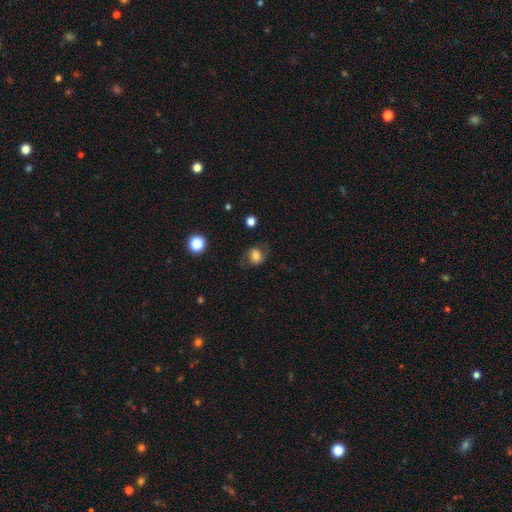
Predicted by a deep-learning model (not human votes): Morphology: type=smooth (69%); roundness=round (65%); merging=none (69%).